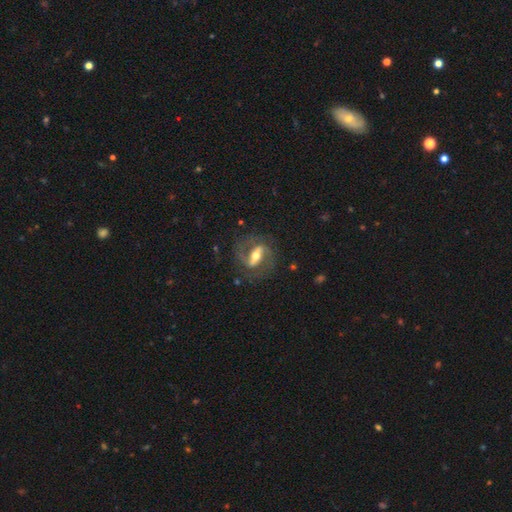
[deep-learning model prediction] The model was most divided on "spiral winding": medium: 52%, loose: 24%, tight: 24%. More confident: edge-on disk — no (90%); spiral arms — yes (89%); spiral arm count — 2 (87%); smooth or featured — featured or disk (82%); merging — none (73%); bulge size — moderate (65%); bar — strong (60%).